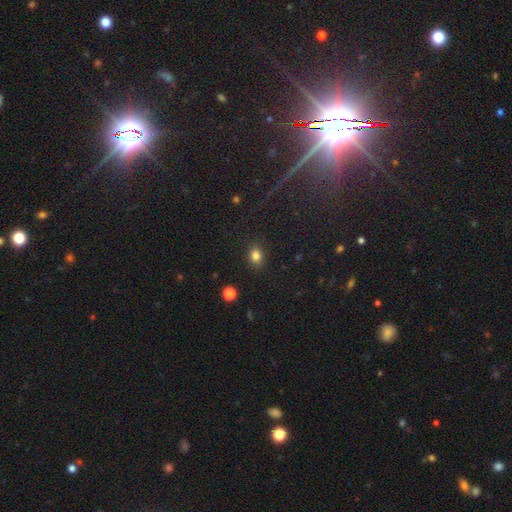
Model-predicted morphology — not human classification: Smooth or featured?
  - smooth: 82% *
  - star or artifact: 12%
  - featured or disk: 6%
How rounded?
  - in between: 53% *
  - round: 46%
  - cigar-shaped: 1%
Merging?
  - none: 87% *
  - minor disturbance: 9%
  - major disturbance: 3%
  - merger: 1%